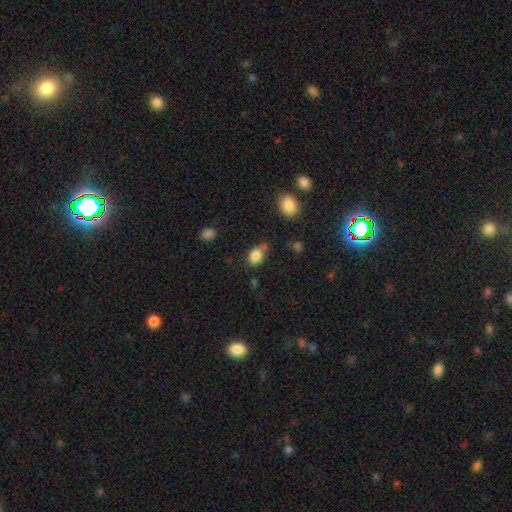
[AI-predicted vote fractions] Q: Smooth or featured?
A: smooth (84%); runner-up: star or artifact (10%)
Q: How rounded?
A: in between (70%); runner-up: round (29%)
Q: Merging?
A: none (61%); runner-up: minor disturbance (23%)